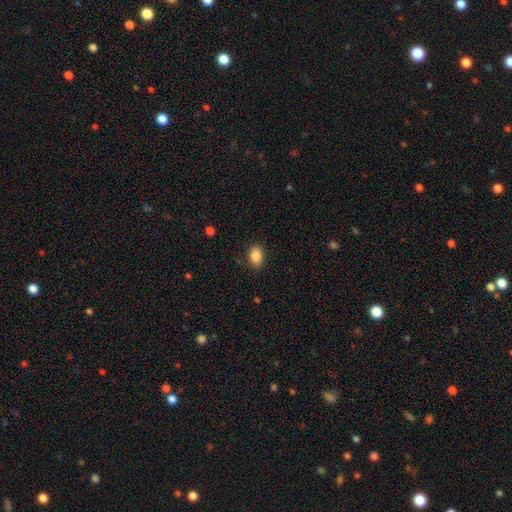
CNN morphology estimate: smooth 86%, star or artifact 8%, featured or disk 5%. Down the decision tree: how rounded — in between (82%); merging — none (88%).